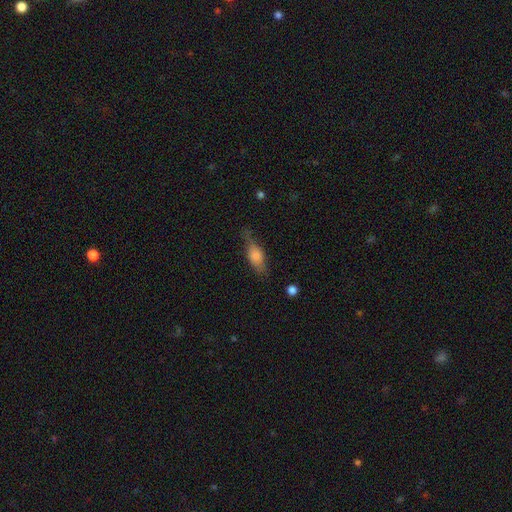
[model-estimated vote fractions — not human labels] Smooth or featured: smooth — 67% (featured or disk — 25%)
How rounded: in between — 73% (cigar-shaped — 23%)
Merging: none — 51% (minor disturbance — 31%)